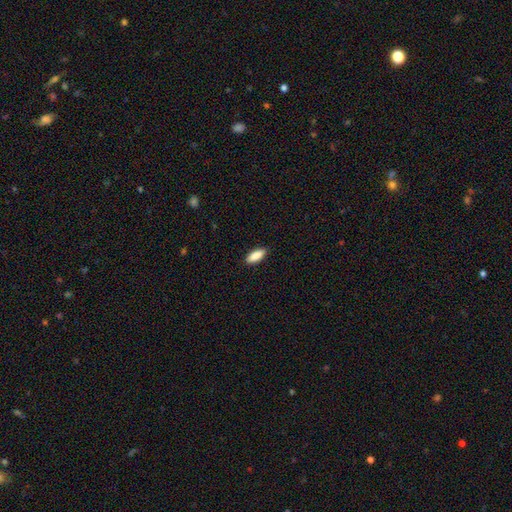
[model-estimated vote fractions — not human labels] Q: Smooth or featured?
A: smooth (89%); runner-up: star or artifact (6%)
Q: How rounded?
A: in between (77%); runner-up: cigar-shaped (21%)
Q: Merging?
A: none (90%); runner-up: minor disturbance (8%)